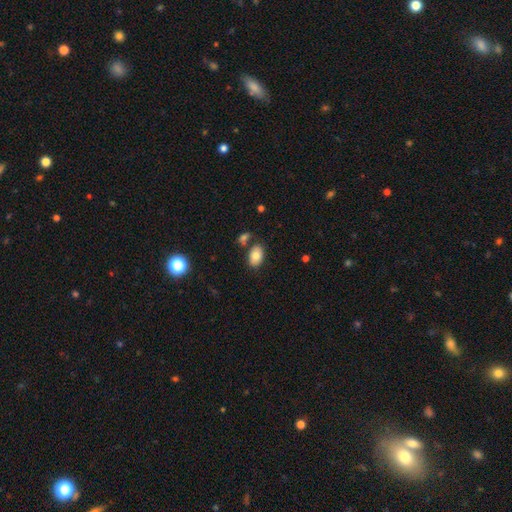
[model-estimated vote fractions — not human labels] Smooth or featured? smooth (79%)
How rounded? in between (89%)
Merging? none (72%)